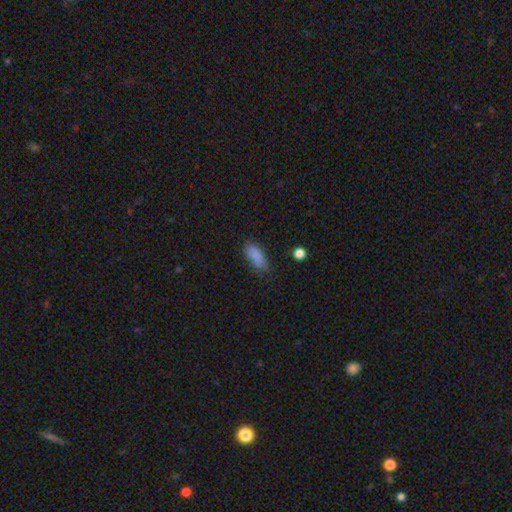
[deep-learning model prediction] smooth-or-featured: smooth: 86% | star or artifact: 9% | featured or disk: 5%
  how-rounded: in between: 81% | cigar-shaped: 16% | round: 3%
  merging: none: 69% | minor disturbance: 23% | major disturbance: 6% | merger: 2%